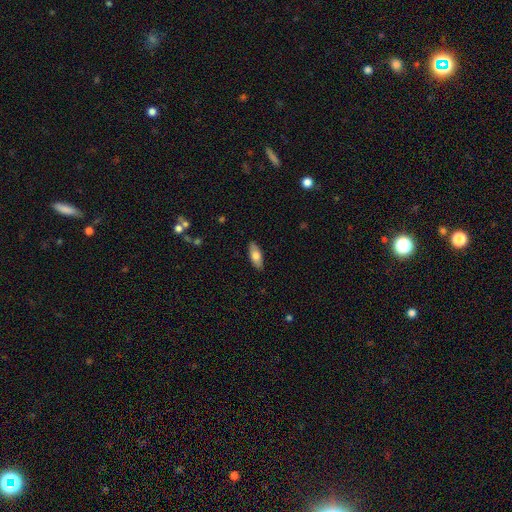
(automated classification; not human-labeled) Q: Smooth or featured?
A: smooth (73%); runner-up: featured or disk (21%)
Q: How rounded?
A: in between (78%); runner-up: cigar-shaped (19%)
Q: Merging?
A: none (88%); runner-up: minor disturbance (9%)